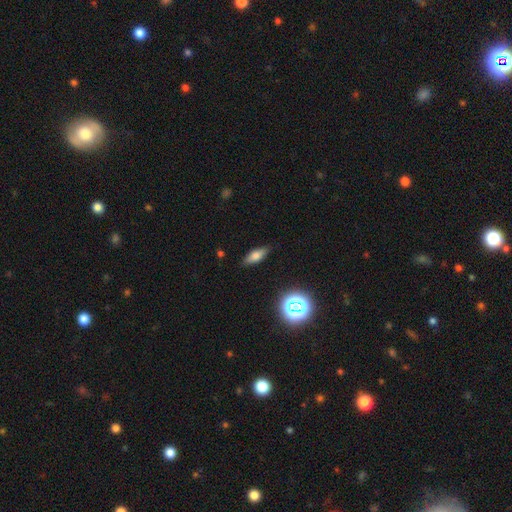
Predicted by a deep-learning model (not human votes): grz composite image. It shows a smooth galaxy with no disk features (66%) that is in between round and cigar-shaped (65%). Merging: none (85%).